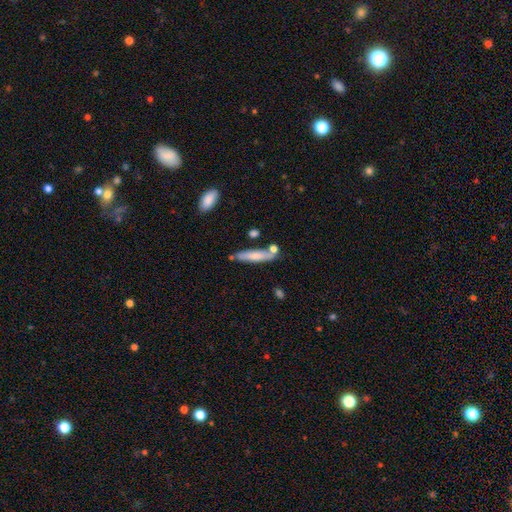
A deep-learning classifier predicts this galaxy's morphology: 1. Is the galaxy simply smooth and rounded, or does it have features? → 70% smooth, 23% featured or disk, 6% star or artifact.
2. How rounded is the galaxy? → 84% cigar-shaped, 14% in between, 2% round.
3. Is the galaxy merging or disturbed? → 71% none, 15% minor disturbance, 11% merger, 3% major disturbance.